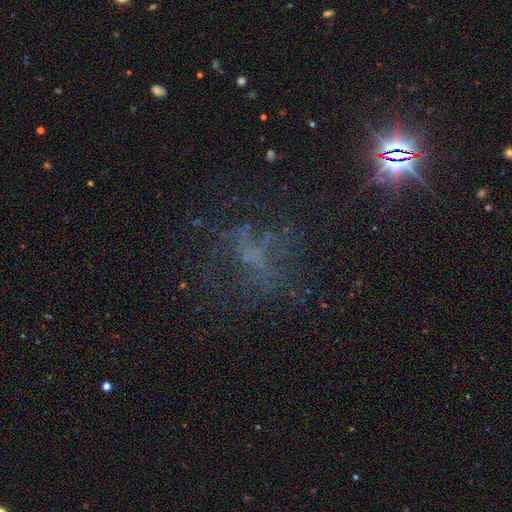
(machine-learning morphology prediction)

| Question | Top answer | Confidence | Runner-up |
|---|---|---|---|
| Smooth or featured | star or artifact | 45% | featured or disk (37%) |